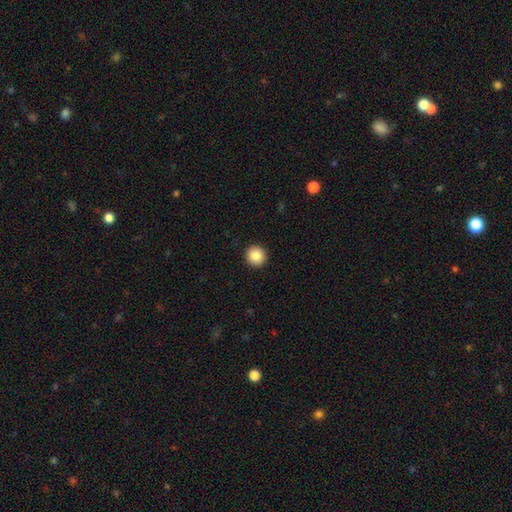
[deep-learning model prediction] Overall: smooth (87%). How rounded: round (94%). Merging: none (93%).